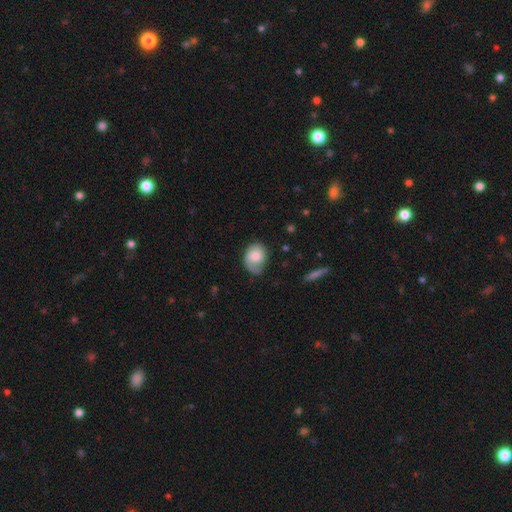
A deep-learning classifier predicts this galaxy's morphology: smooth 57%, featured or disk 36%, star or artifact 7%. Down the decision tree: how rounded — in between (60%); merging — none (50%).